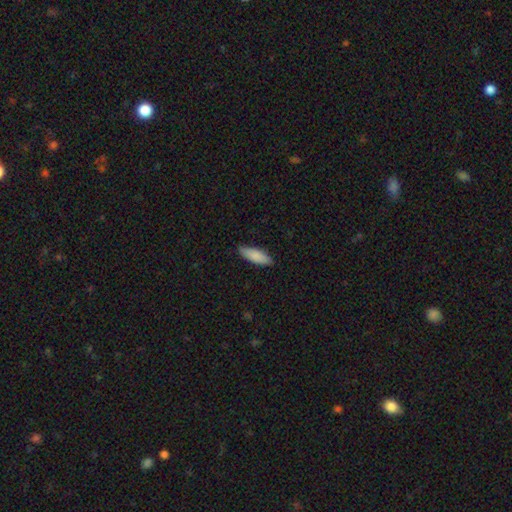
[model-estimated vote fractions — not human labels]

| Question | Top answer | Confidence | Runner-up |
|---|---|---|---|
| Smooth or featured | smooth | 85% | featured or disk (9%) |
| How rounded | in between | 57% | cigar-shaped (41%) |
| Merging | none | 86% | minor disturbance (11%) |